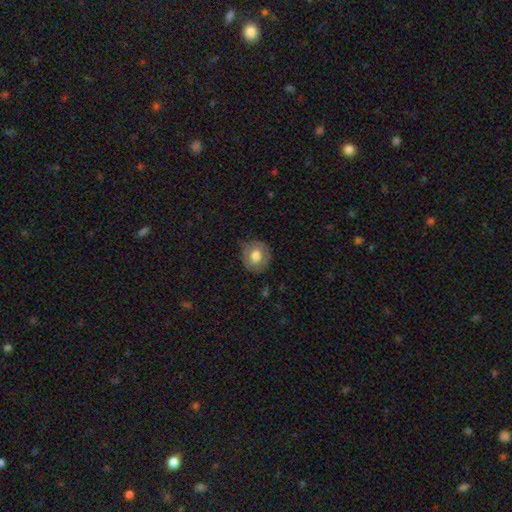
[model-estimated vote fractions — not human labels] Overall: smooth (72%). How rounded: round (83%). Merging: none (73%).